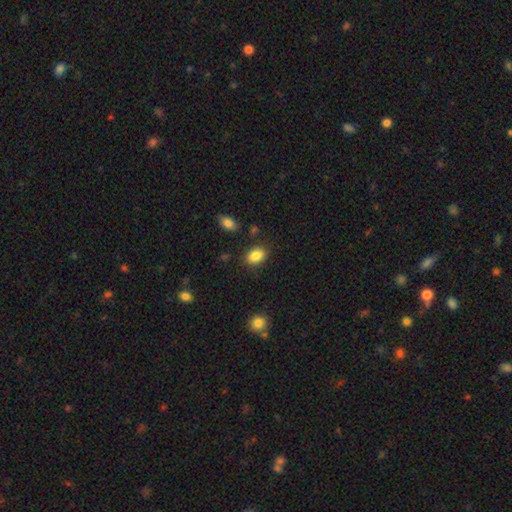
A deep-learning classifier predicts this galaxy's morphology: Smooth or featured?
  - smooth: 86% *
  - star or artifact: 9%
  - featured or disk: 6%
How rounded?
  - in between: 82% *
  - round: 17%
  - cigar-shaped: 1%
Merging?
  - none: 83% *
  - minor disturbance: 11%
  - major disturbance: 3%
  - merger: 3%